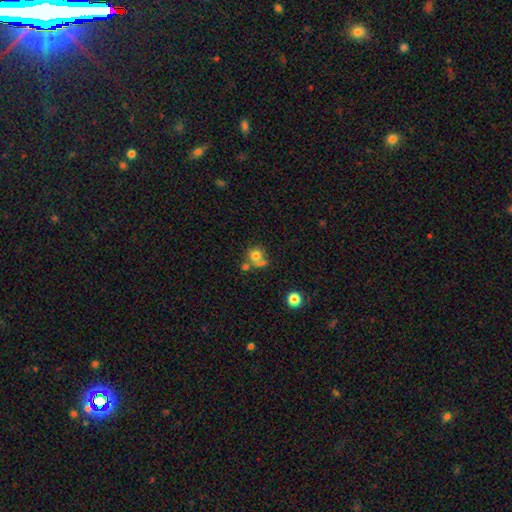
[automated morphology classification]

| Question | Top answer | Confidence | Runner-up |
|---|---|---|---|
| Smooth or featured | smooth | 73% | featured or disk (15%) |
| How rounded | round | 84% | in between (15%) |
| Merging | none | 47% | merger (35%) |